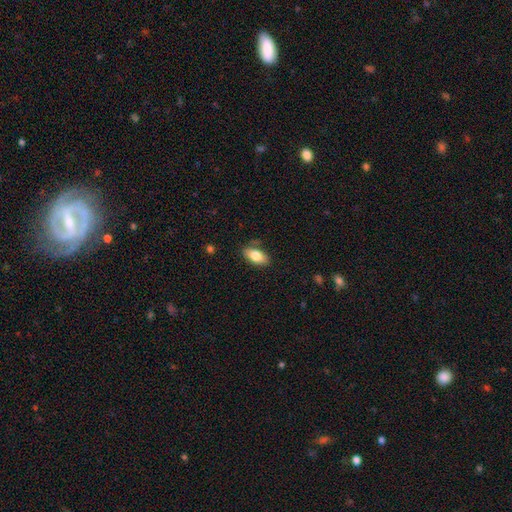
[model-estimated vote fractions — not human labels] smooth 78%, featured or disk 15%, star or artifact 7%. Down the decision tree: how rounded — in between (88%); merging — none (78%).